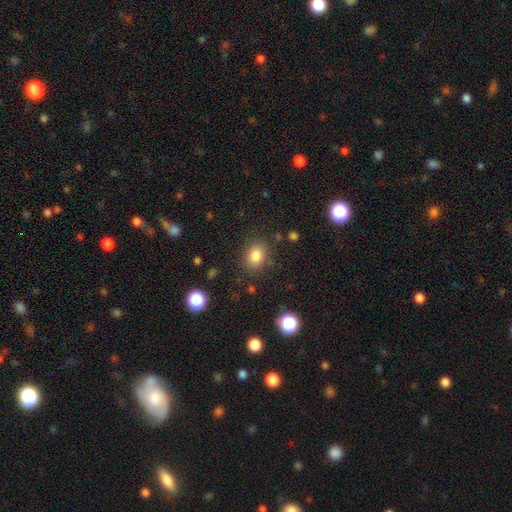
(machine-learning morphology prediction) Q: Smooth or featured?
A: smooth (83%); runner-up: star or artifact (12%)
Q: How rounded?
A: in between (56%); runner-up: round (43%)
Q: Merging?
A: none (83%); runner-up: minor disturbance (11%)